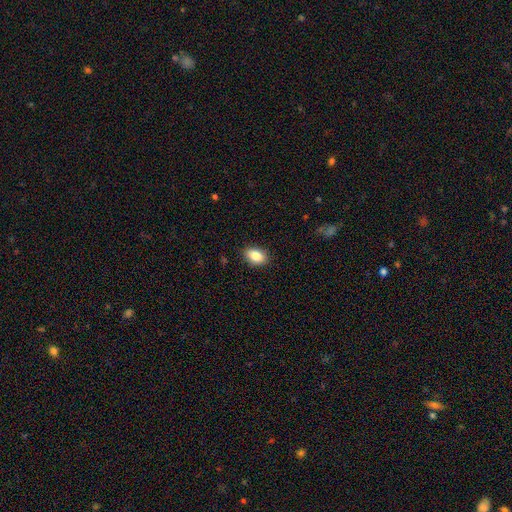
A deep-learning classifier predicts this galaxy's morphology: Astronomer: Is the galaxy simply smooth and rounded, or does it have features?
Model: smooth — 86%.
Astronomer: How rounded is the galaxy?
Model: in between — 87%.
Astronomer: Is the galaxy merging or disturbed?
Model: none — 88%.